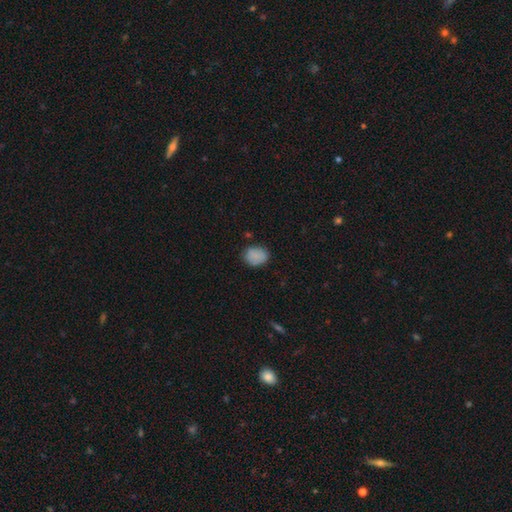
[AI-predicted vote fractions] This is clearly a smooth galaxy (83%). How rounded: possibly in between (52%). Merging: likely none (75%).